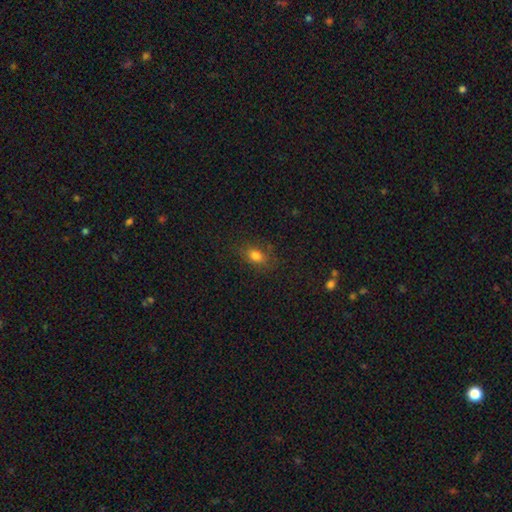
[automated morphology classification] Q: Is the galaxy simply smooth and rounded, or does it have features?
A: smooth — 77%.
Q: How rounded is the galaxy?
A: in between — 72%.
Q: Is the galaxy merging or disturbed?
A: none — 75%.